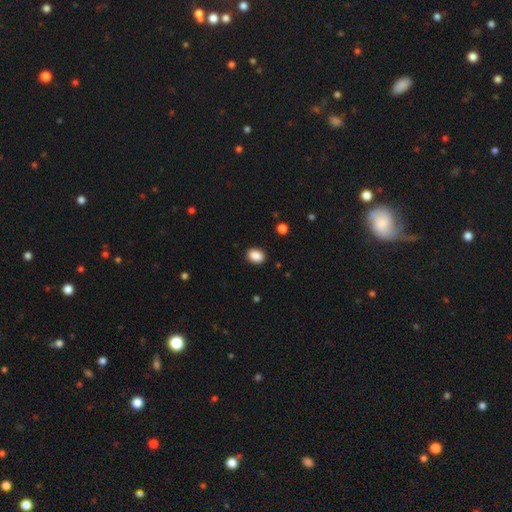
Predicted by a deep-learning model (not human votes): Smooth or featured: smooth — 89% (star or artifact — 8%)
How rounded: in between — 73% (round — 26%)
Merging: none — 89% (minor disturbance — 8%)